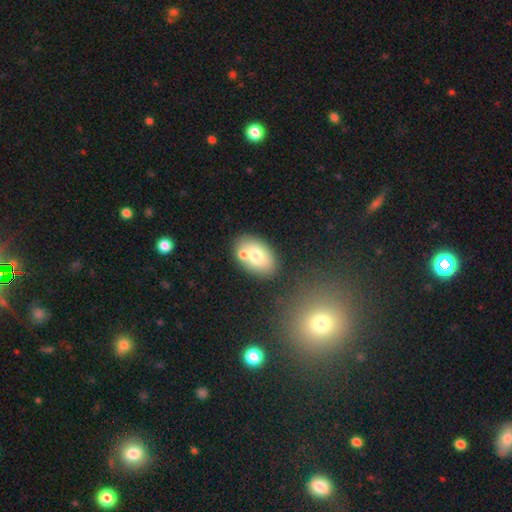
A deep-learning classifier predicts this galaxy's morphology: Smooth or featured? smooth (71%)
How rounded? in between (85%)
Merging? none (60%)